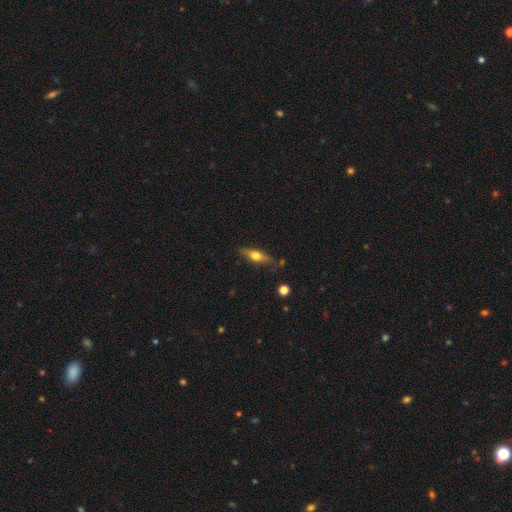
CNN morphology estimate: Smooth or featured?
  - featured or disk: 52% *
  - smooth: 41%
  - star or artifact: 7%
Edge-on disk?
  - yes: 90% *
  - no: 10%
Merging?
  - none: 79% *
  - minor disturbance: 14%
  - major disturbance: 3%
  - merger: 3%